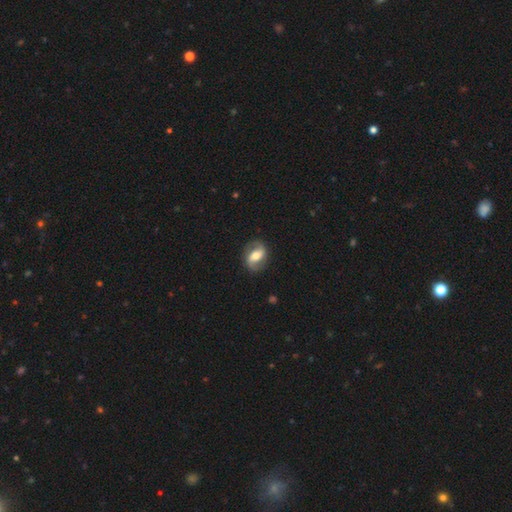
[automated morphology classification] The model was most divided on "spiral winding": medium: 42%, loose: 40%, tight: 17%. Remaining: edge-on disk — no (96%); spiral arm count — 2 (92%); spiral arms — yes (88%); merging — none (85%); smooth or featured — featured or disk (76%); bulge size — moderate (66%); bar — strong (41%).